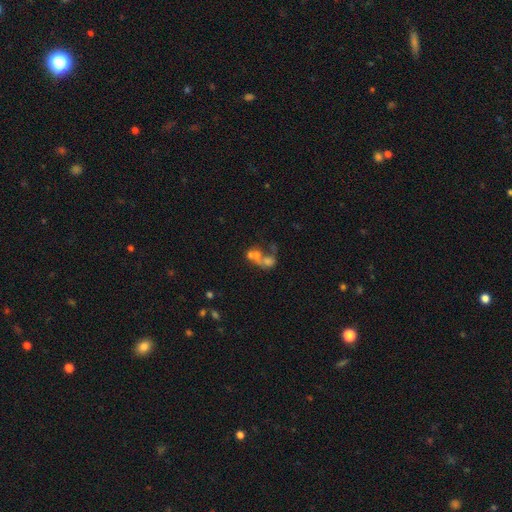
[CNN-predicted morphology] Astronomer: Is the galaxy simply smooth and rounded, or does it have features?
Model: smooth — 45% (runner-up: featured or disk, 37%).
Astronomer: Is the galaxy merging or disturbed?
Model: merger — 62%.